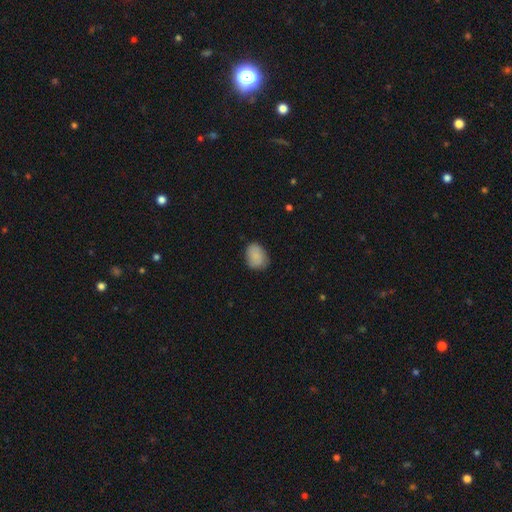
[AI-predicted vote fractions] Q: Smooth or featured?
A: smooth (83%); runner-up: featured or disk (9%)
Q: How rounded?
A: in between (65%); runner-up: round (34%)
Q: Merging?
A: none (73%); runner-up: minor disturbance (22%)